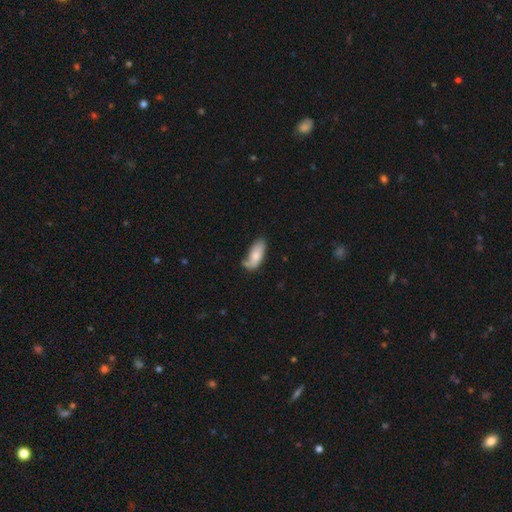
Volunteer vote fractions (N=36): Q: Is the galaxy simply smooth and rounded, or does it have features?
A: smooth — 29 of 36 (81%).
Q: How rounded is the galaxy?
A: in between — 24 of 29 (83%).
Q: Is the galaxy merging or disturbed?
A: none — 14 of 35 (40%, tied with minor disturbance).